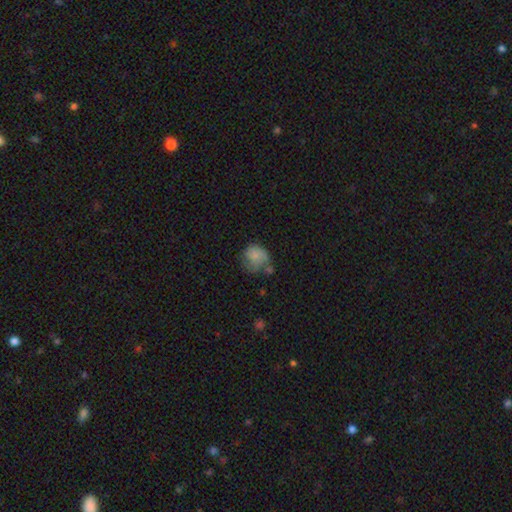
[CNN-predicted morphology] Smooth or featured: smooth — 71% (featured or disk — 20%)
How rounded: round — 73% (in between — 26%)
Merging: none — 40% (minor disturbance — 31%)